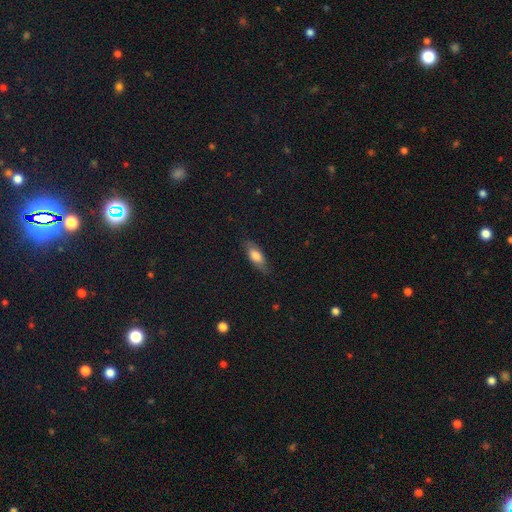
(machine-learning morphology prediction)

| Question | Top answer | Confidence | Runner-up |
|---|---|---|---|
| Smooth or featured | smooth | 70% | featured or disk (23%) |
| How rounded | in between | 77% | cigar-shaped (20%) |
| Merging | none | 76% | minor disturbance (18%) |